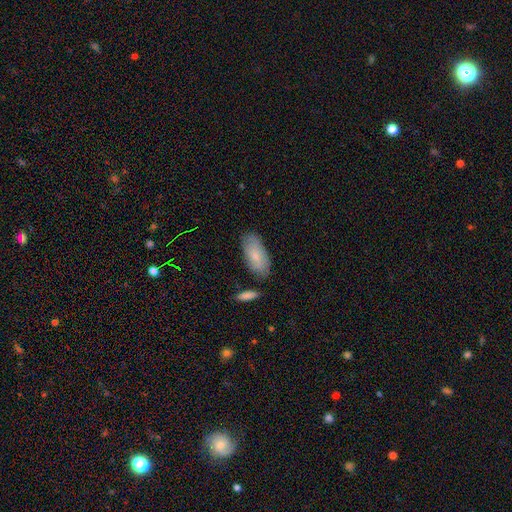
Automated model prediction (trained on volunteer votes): smooth_or_featured: smooth (p=0.77) [alt: featured or disk p=0.17]
how_rounded: in between (p=0.89) [alt: cigar-shaped p=0.09]
merging: none (p=0.76) [alt: minor disturbance p=0.16]